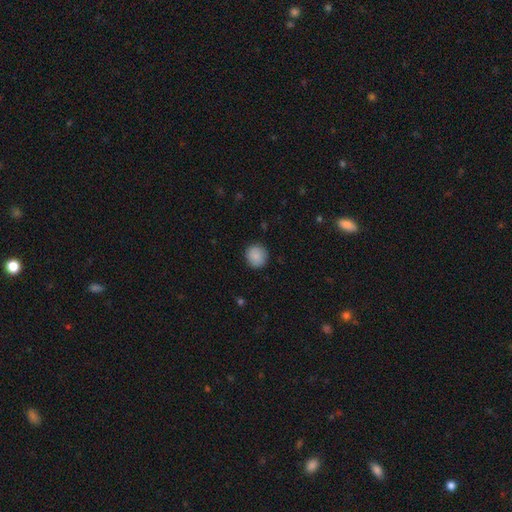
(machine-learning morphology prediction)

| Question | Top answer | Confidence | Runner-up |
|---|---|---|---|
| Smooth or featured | smooth | 88% | star or artifact (7%) |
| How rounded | round | 90% | in between (9%) |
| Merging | none | 89% | minor disturbance (8%) |